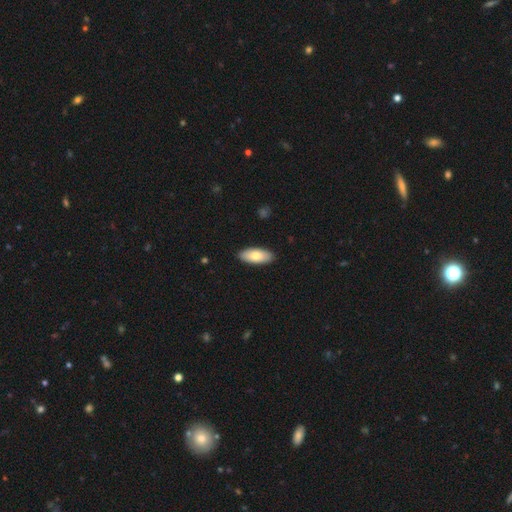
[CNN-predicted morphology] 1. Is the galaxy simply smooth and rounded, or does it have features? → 75% smooth, 20% featured or disk, 6% star or artifact.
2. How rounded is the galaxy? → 87% in between, 11% cigar-shaped, 2% round.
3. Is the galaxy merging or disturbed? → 90% none, 8% minor disturbance, 2% major disturbance, 1% merger.